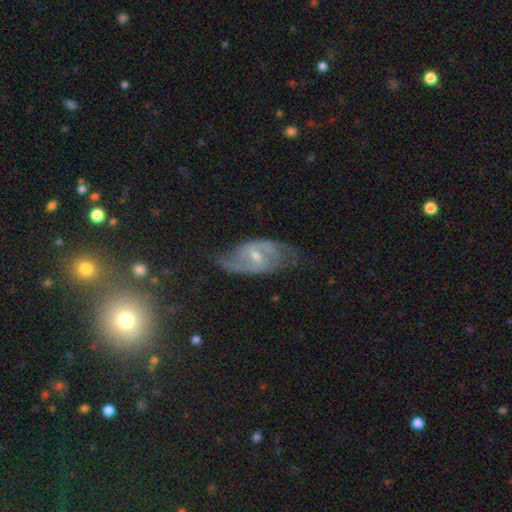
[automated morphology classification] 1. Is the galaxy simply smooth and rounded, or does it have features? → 85% featured or disk, 8% smooth, 7% star or artifact.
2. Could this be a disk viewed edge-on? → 95% no, 5% yes.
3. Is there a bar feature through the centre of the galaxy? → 53% weak, 25% no, 22% strong.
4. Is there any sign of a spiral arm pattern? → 95% yes, 5% no.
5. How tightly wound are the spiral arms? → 49% medium, 29% loose, 22% tight.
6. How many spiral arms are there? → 86% 2, 7% can't tell, 3% 3, 2% 1, 1% 4, 1% more than 4.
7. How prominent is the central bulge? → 50% small, 46% moderate, 2% none, 1% large, 1% dominant.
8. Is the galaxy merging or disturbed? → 67% none, 22% minor disturbance, 9% major disturbance, 2% merger.